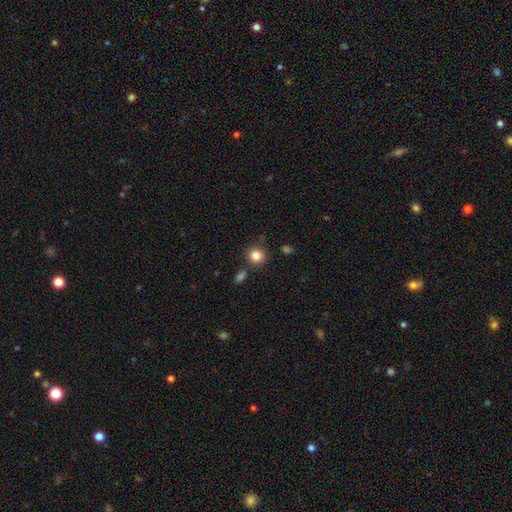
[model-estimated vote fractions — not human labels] A smooth galaxy with no disk features (84%) that is round (86%). Merging: none (80%).